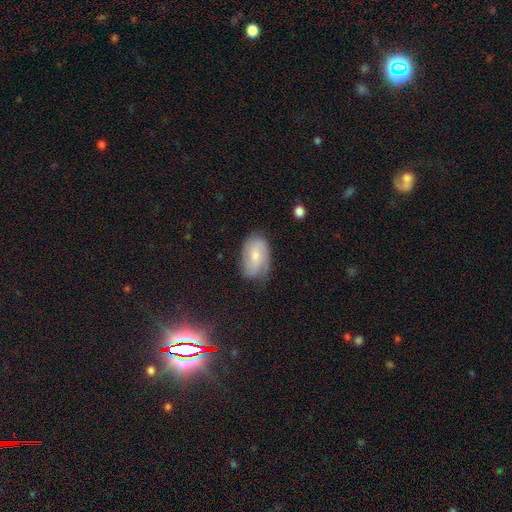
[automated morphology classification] Smooth or featured? smooth (46%, tied with featured or disk)
Merging? none (65%)